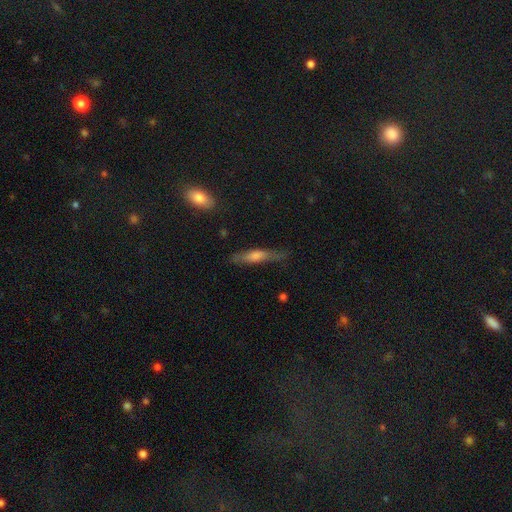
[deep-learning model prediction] smooth 50%, featured or disk 43%, star or artifact 7%. Down the decision tree: merging — none (74%).